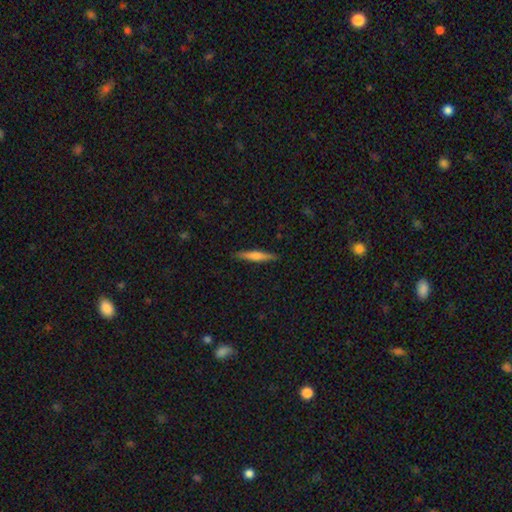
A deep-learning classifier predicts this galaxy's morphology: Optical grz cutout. It shows a smooth galaxy with no disk features (49%). Merging: none (90%).